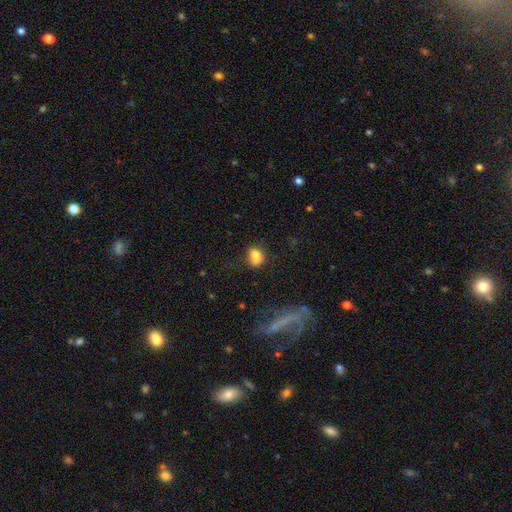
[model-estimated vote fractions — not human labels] This is likely a smooth galaxy (77%). How rounded: likely in between (62%). Merging: possibly none (49%).